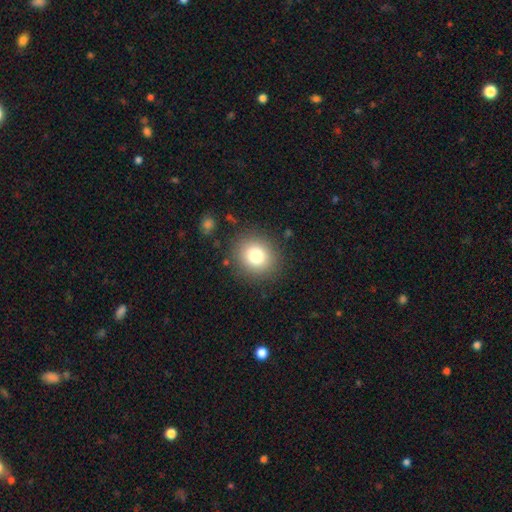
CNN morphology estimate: A smooth galaxy with no disk features (79%) that is round (83%).

Vote fractions:
- Smooth or featured? smooth: 79% / star or artifact: 12% / featured or disk: 9%
- How rounded? round: 83% / in between: 16% / cigar-shaped: 1%
- Merging? none: 87% / minor disturbance: 8% / major disturbance: 3% / merger: 2%